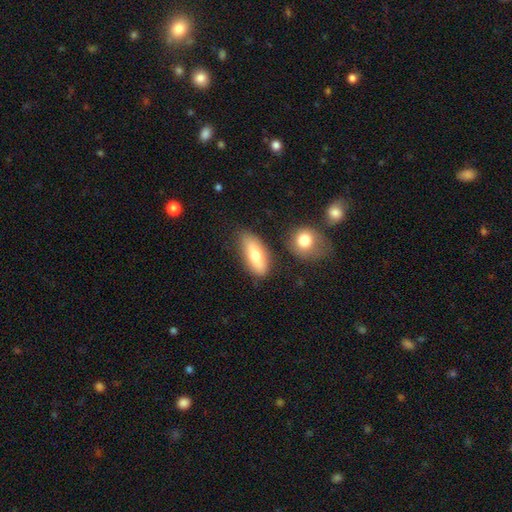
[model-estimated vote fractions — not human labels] smooth-or-featured: smooth: 71% | featured or disk: 23% | star or artifact: 7%
  how-rounded: in between: 72% | cigar-shaped: 25% | round: 3%
  merging: none: 74% | minor disturbance: 15% | merger: 7% | major disturbance: 4%